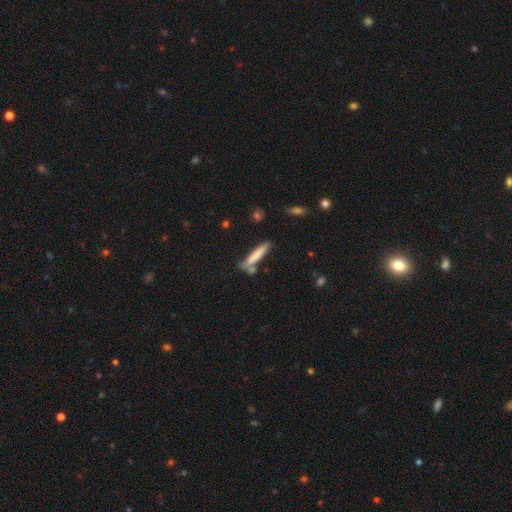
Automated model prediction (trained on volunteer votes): Morphology: type=smooth (72%); roundness=cigar-shaped (88%); merging=none (62%).